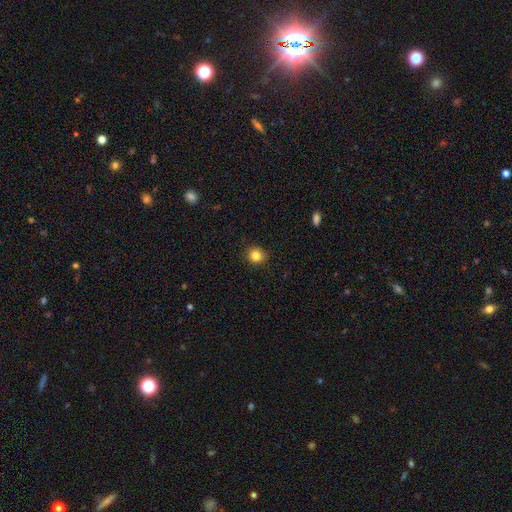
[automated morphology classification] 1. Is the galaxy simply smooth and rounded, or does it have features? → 84% smooth, 11% star or artifact, 5% featured or disk.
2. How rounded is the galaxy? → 87% round, 12% in between, 1% cigar-shaped.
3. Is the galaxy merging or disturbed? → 91% none, 6% minor disturbance, 2% major disturbance, 1% merger.